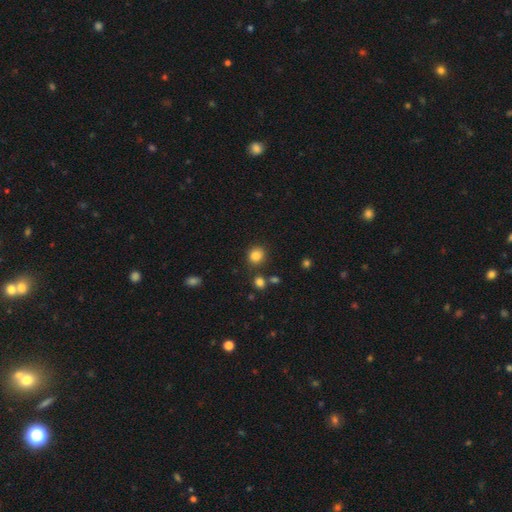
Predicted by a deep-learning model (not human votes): Q: Smooth or featured?
A: smooth (83%); runner-up: star or artifact (11%)
Q: How rounded?
A: round (81%); runner-up: in between (18%)
Q: Merging?
A: none (82%); runner-up: minor disturbance (10%)